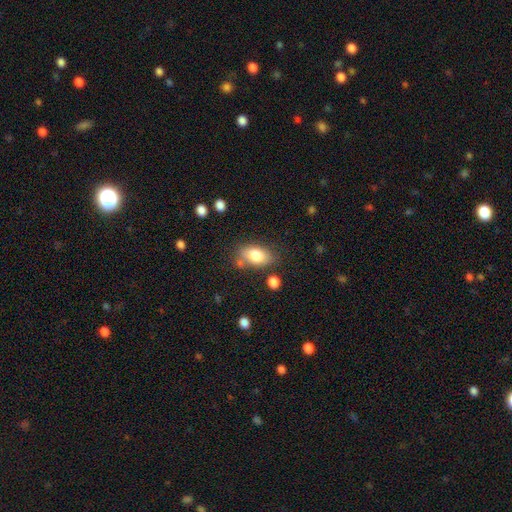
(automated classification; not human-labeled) The model was most divided on "merging": none: 69%, minor disturbance: 18%, merger: 8%, major disturbance: 5%. More confident: how rounded — in between (87%); smooth or featured — smooth (79%).